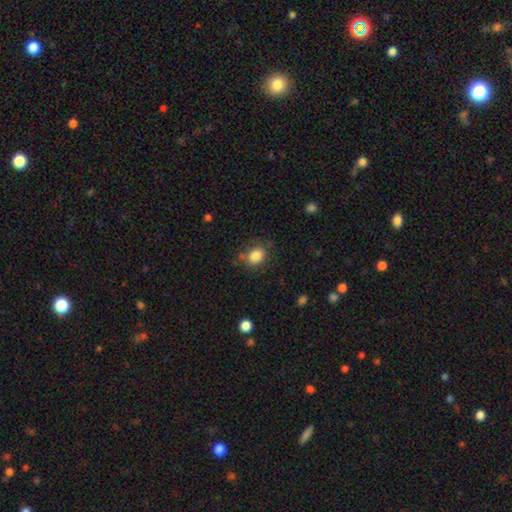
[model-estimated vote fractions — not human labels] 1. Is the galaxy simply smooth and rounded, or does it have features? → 83% smooth, 10% star or artifact, 7% featured or disk.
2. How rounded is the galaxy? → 51% round, 48% in between, 1% cigar-shaped.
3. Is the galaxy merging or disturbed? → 73% none, 17% minor disturbance, 6% major disturbance, 4% merger.